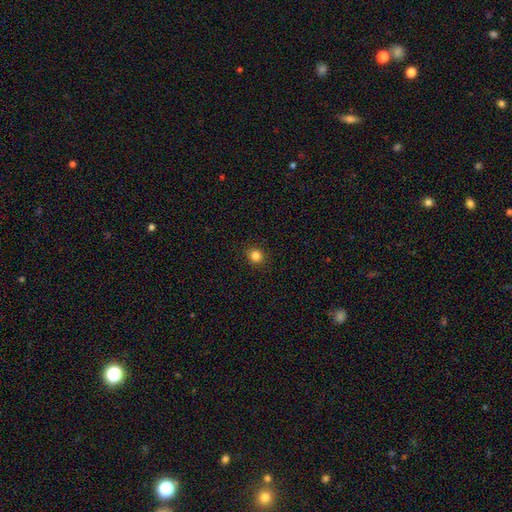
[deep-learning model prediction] smooth-or-featured: smooth: 84% | star or artifact: 12% | featured or disk: 4%
  how-rounded: round: 89% | in between: 10% | cigar-shaped: 1%
  merging: none: 91% | minor disturbance: 6% | major disturbance: 2% | merger: 1%